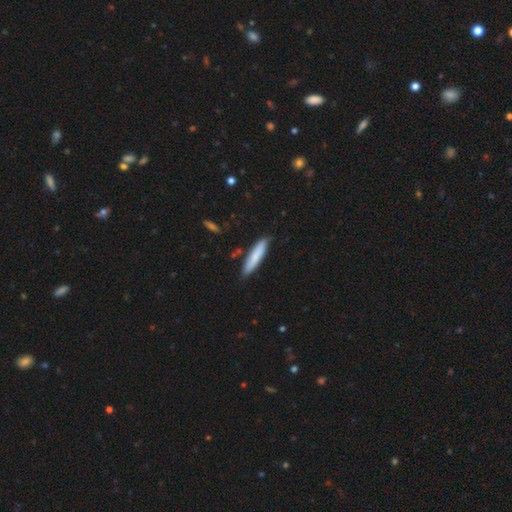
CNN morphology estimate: A smooth galaxy with no disk features (76%) that is cigar-shaped (83%). Merging: none (84%).